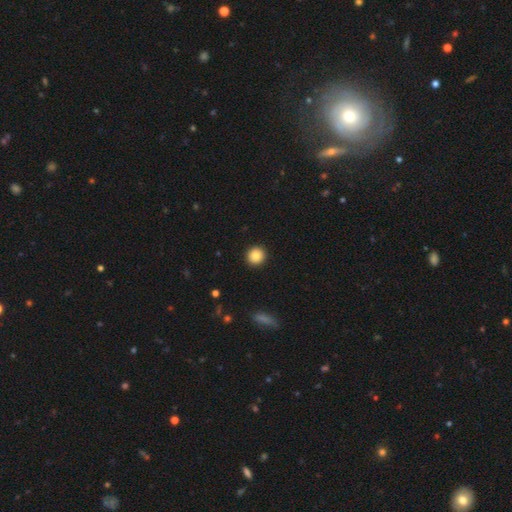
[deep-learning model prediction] Morphology: type=smooth (87%); roundness=round (93%); merging=none (93%).